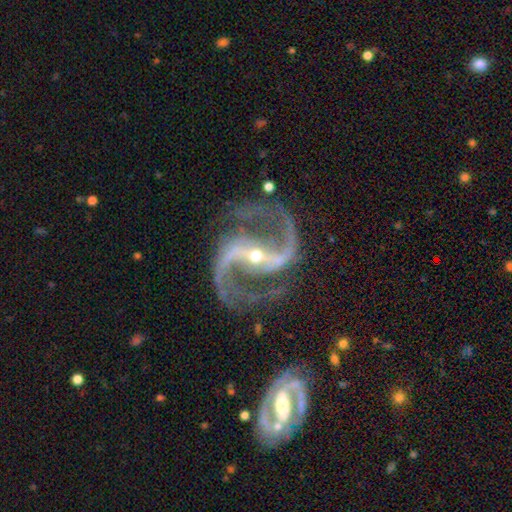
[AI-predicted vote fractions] A featured or disk galaxy (94%) with a strong bar (59%), 2 (94%) medium (62%) spiral arms (99%) and a small central bulge (54%). Merging: none (80%).